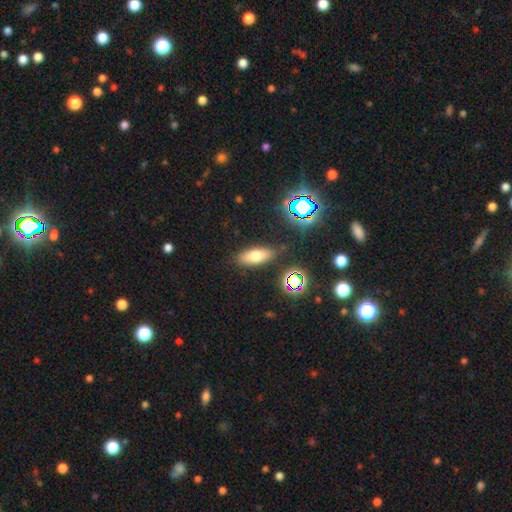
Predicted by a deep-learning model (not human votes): This is likely a smooth galaxy (66%). How rounded: likely in between (66%). Merging: clearly none (82%).